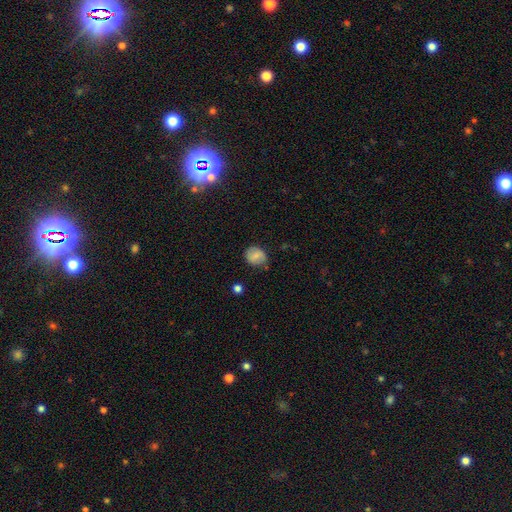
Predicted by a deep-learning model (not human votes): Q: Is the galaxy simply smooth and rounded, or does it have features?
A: smooth — 72%.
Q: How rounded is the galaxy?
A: round — 67%.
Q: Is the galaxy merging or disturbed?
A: none — 69%.